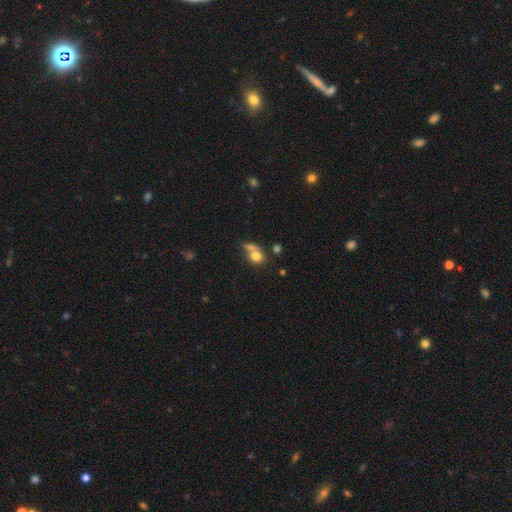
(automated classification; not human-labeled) This appears to be a smooth galaxy with no disk features (75%) that is round (63%). Merging: merger (42%).